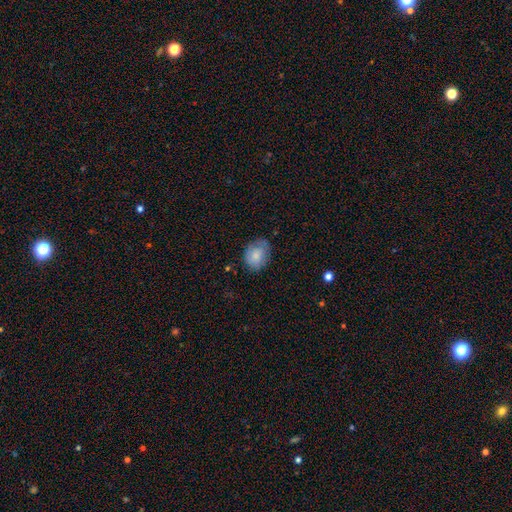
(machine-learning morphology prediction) Overall: smooth (78%). How rounded: in between (61%; round 38%). Merging: none (65%; minor disturbance 26%).